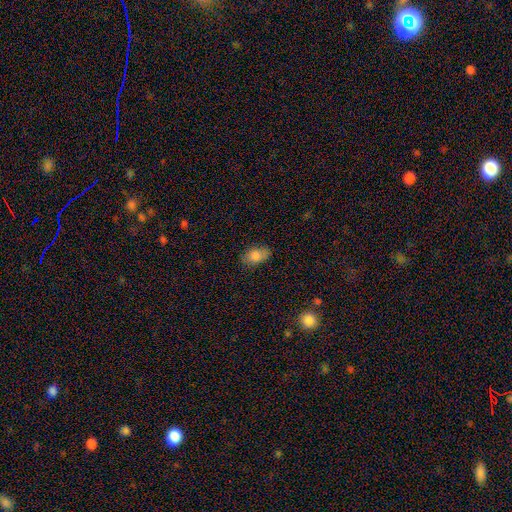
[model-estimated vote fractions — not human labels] Smooth or featured? smooth (83%)
How rounded? in between (86%)
Merging? none (76%)